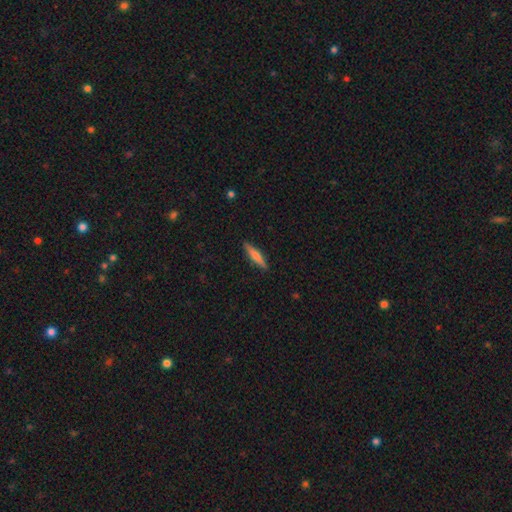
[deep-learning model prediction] Smooth or featured?
  - smooth: 57% *
  - featured or disk: 37%
  - star or artifact: 6%
How rounded?
  - cigar-shaped: 87% *
  - in between: 11%
  - round: 2%
Merging?
  - none: 90% *
  - minor disturbance: 7%
  - major disturbance: 2%
  - merger: 1%